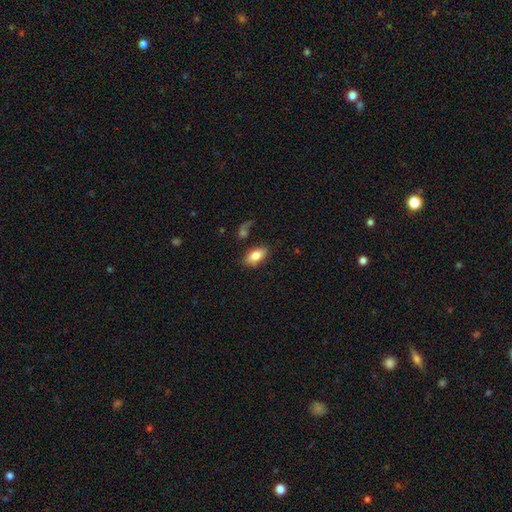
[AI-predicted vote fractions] Smooth or featured? Predicted: smooth (p=0.81). How rounded? Predicted: in between (p=0.90). Merging? Predicted: none (p=0.76).